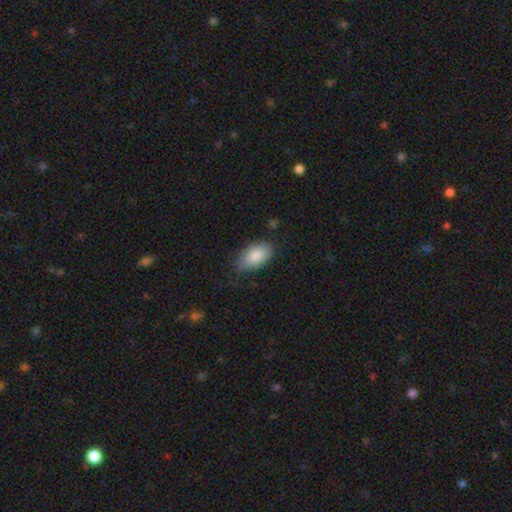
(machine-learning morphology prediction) Smooth or featured? smooth (86%)
How rounded? in between (94%)
Merging? none (66%)